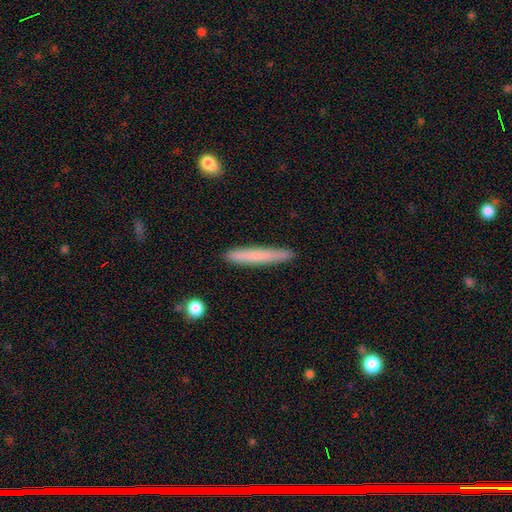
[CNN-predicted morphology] A smooth galaxy with no disk features (71%) that is cigar-shaped (96%).

Vote fractions:
- Smooth or featured? smooth: 71% / featured or disk: 23% / star or artifact: 6%
- How rounded? cigar-shaped: 96% / in between: 3% / round: 1%
- Merging? none: 90% / minor disturbance: 7% / major disturbance: 1% / merger: 1%